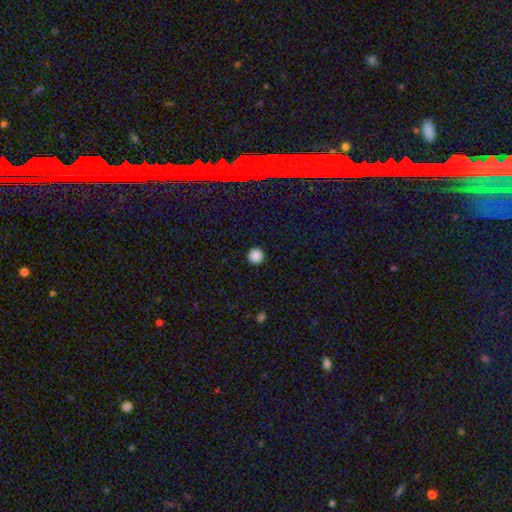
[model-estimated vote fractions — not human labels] Q: Smooth or featured?
A: smooth (87%); runner-up: star or artifact (10%)
Q: How rounded?
A: round (96%); runner-up: in between (3%)
Q: Merging?
A: none (93%); runner-up: minor disturbance (4%)